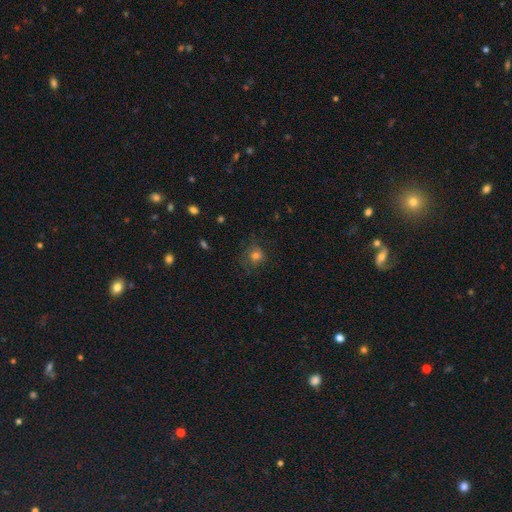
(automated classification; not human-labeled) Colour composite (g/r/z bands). It shows a smooth galaxy with no disk features (71%) that is round (82%). Merging: none (70%).